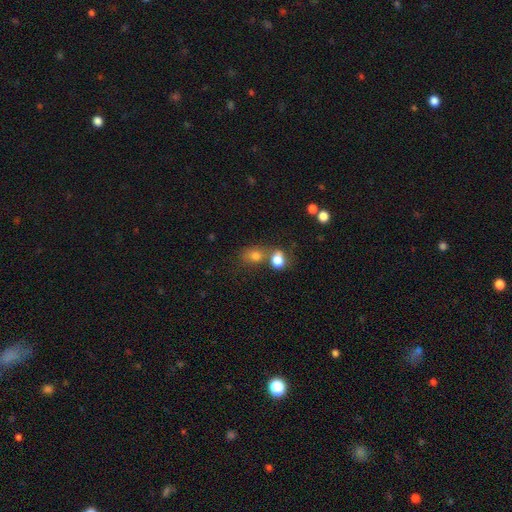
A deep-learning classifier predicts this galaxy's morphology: smooth_or_featured: smooth (p=0.74) [alt: star or artifact p=0.16]
how_rounded: in between (p=0.51) [alt: round p=0.47]
merging: none (p=0.42) [alt: merger p=0.40]